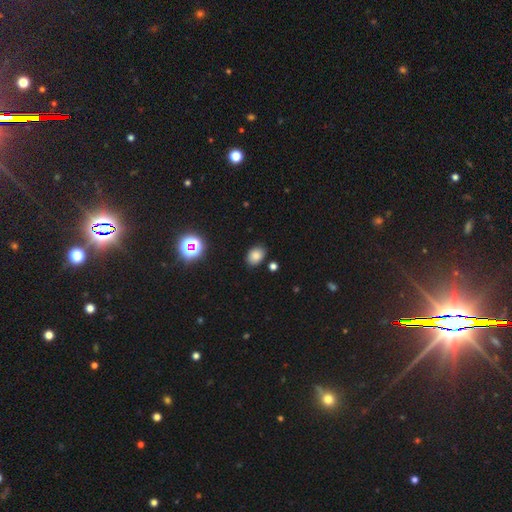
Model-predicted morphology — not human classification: Smooth or featured? Predicted: smooth (p=0.80). How rounded? Predicted: in between (p=0.73). Merging? Predicted: none (p=0.84).